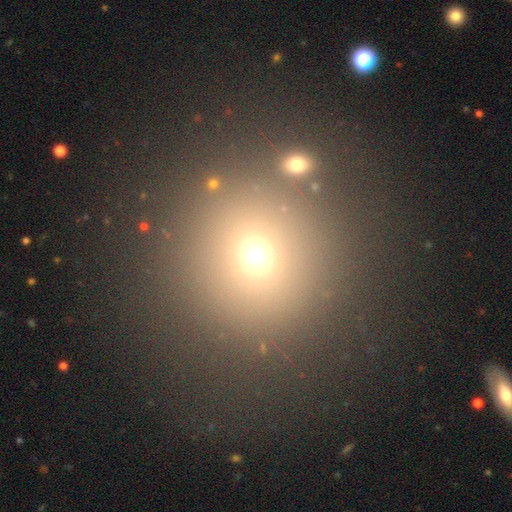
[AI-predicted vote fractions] A smooth galaxy with no disk features (66%) that is round (94%).

Vote fractions:
- Smooth or featured? smooth: 66% / star or artifact: 24% / featured or disk: 10%
- How rounded? round: 94% / in between: 5% / cigar-shaped: 1%
- Merging? none: 84% / minor disturbance: 7% / merger: 4% / major disturbance: 4%